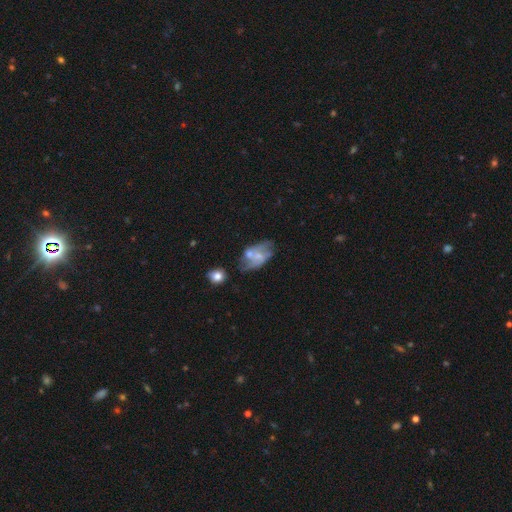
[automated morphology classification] This is possibly a featured or disk galaxy (60%). It is clearly not viewed edge-on (94%). Bar: possibly no (56%). Spiral arm pattern: possibly yes (50%, tied with no). Central bulge: possibly small (55%). Merging: marginally none (37%).